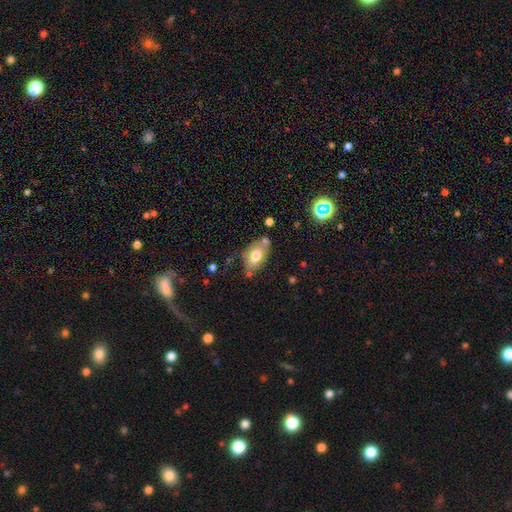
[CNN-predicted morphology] This is likely a smooth galaxy (71%). How rounded: clearly in between (89%). Merging: likely none (61%).